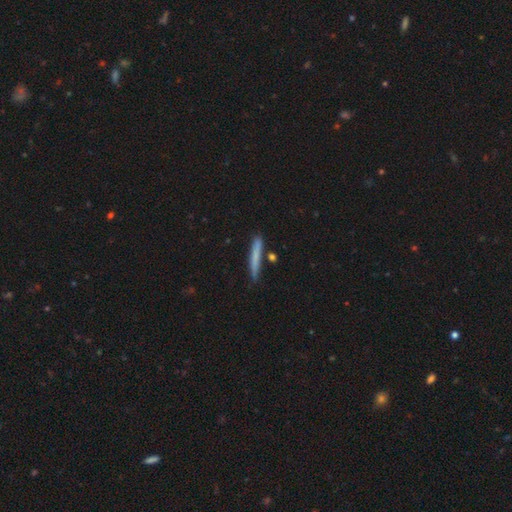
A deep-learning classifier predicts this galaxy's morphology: Smooth or featured: smooth — 72% (featured or disk — 21%)
How rounded: cigar-shaped — 95% (in between — 3%)
Merging: none — 82% (minor disturbance — 11%)